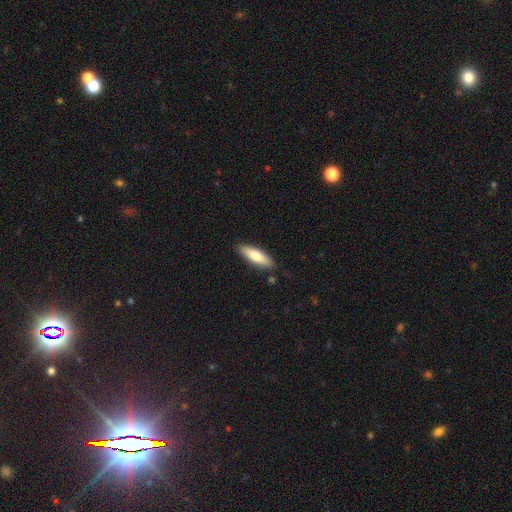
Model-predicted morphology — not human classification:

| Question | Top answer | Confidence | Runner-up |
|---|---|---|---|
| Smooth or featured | smooth | 73% | featured or disk (22%) |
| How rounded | cigar-shaped | 51% | in between (47%) |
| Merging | none | 86% | minor disturbance (10%) |